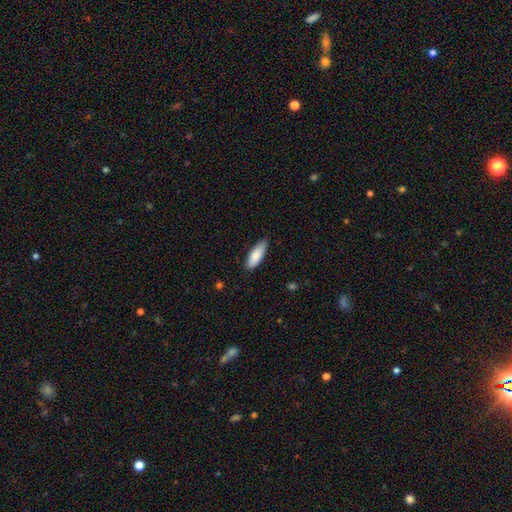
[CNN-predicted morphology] Smooth or featured? Predicted: smooth (p=0.84). How rounded? Predicted: in between (p=0.65). Merging? Predicted: none (p=0.82).